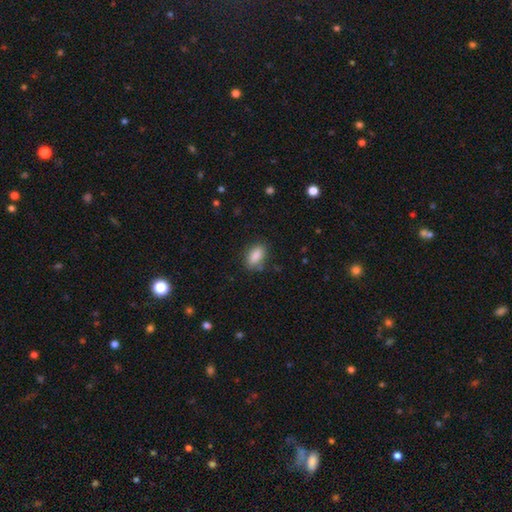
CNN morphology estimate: Q: Smooth or featured?
A: smooth (88%); runner-up: star or artifact (7%)
Q: How rounded?
A: in between (90%); runner-up: round (5%)
Q: Merging?
A: none (82%); runner-up: minor disturbance (13%)